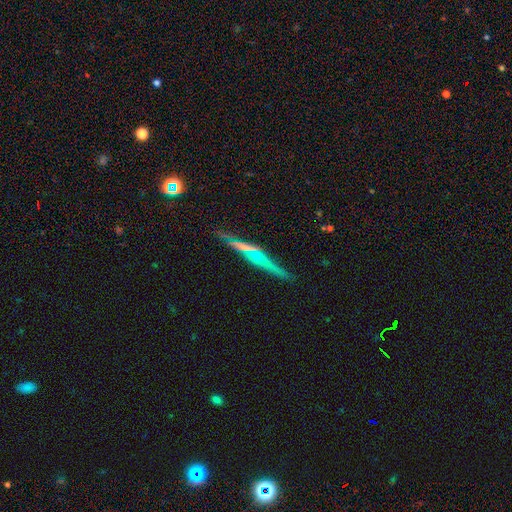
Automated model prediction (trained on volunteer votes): The model was most divided on "edge-on bulge": rounded: 51%, none: 38%, boxy: 12%. More confident: edge-on disk — yes (95%); merging — none (75%); smooth or featured — featured or disk (65%).